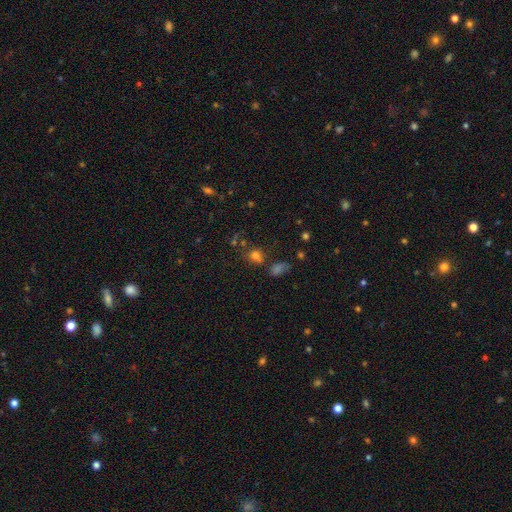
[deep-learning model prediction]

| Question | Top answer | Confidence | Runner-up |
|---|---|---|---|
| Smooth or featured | smooth | 70% | star or artifact (21%) |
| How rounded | round | 73% | in between (26%) |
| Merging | none | 61% | merger (17%) |